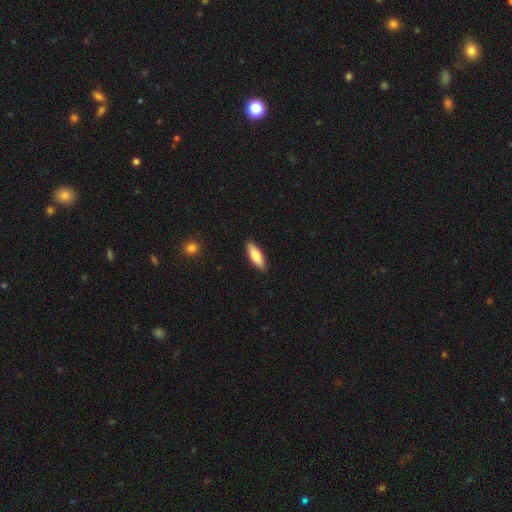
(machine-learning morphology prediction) type=smooth (80%); roundness=in between (51%); merging=none (90%).